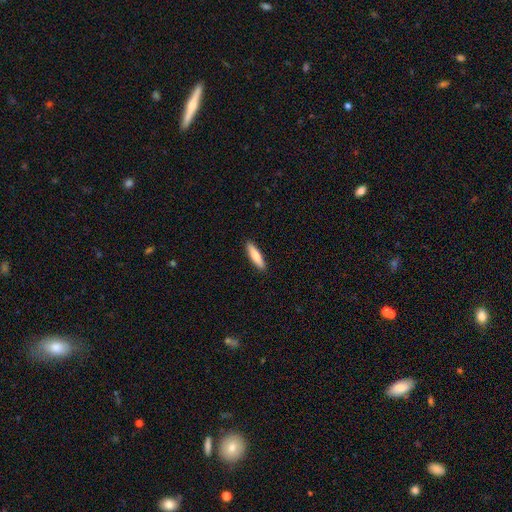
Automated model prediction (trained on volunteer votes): smooth_or_featured: smooth (p=0.76) [alt: featured or disk p=0.19]
how_rounded: cigar-shaped (p=0.77) [alt: in between p=0.21]
merging: none (p=0.91) [alt: minor disturbance p=0.07]